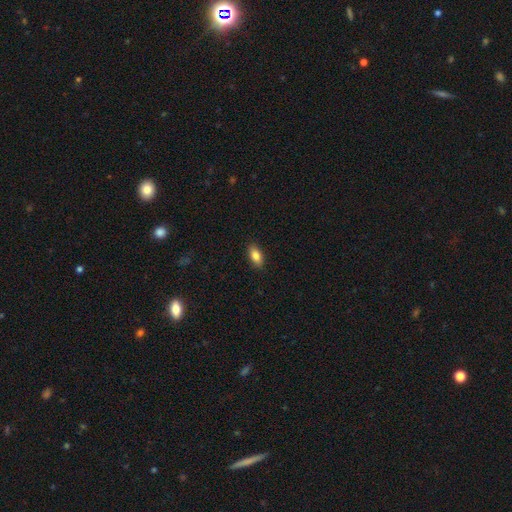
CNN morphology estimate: A smooth galaxy with no disk features (84%) that is in between round and cigar-shaped (89%). Merging: none (89%).